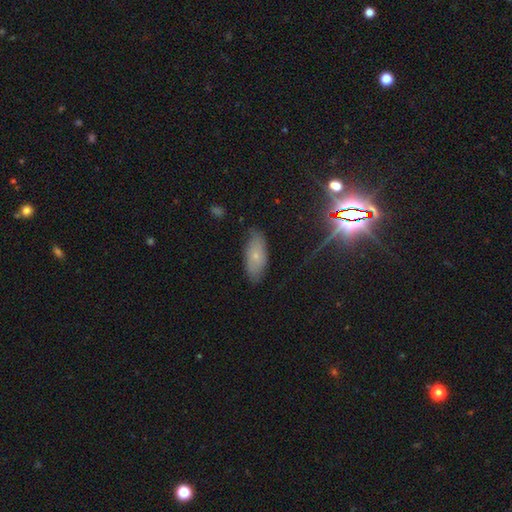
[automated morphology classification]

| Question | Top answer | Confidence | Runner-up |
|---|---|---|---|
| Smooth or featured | smooth | 60% | featured or disk (25%) |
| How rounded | in between | 84% | cigar-shaped (13%) |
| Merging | none | 78% | minor disturbance (17%) |